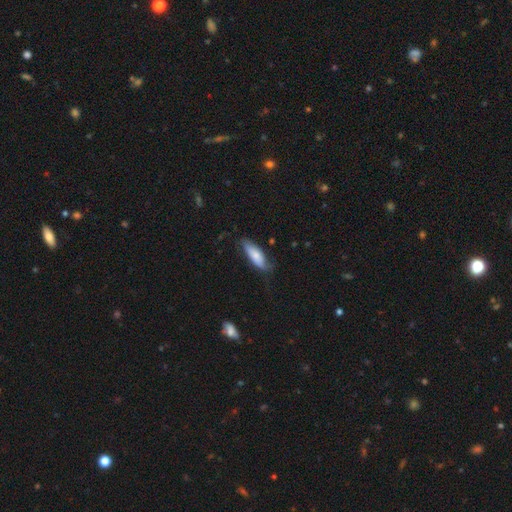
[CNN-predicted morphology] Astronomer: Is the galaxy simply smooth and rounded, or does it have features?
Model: smooth — 72%.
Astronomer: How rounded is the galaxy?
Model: in between — 61% (runner-up: cigar-shaped, 37%).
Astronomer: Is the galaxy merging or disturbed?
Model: none — 64%.